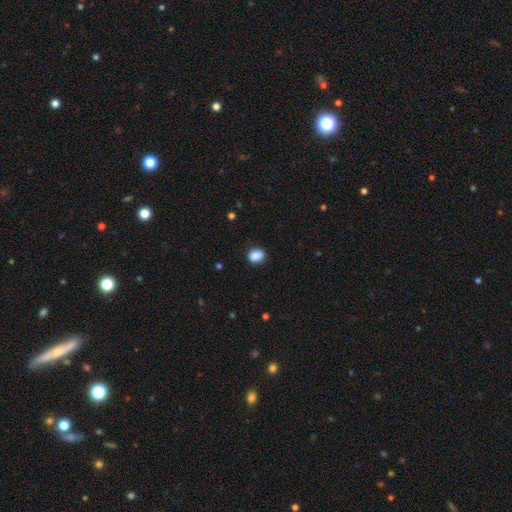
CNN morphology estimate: Smooth or featured: smooth — 88% (star or artifact — 8%)
How rounded: in between — 58% (round — 40%)
Merging: none — 85% (minor disturbance — 11%)